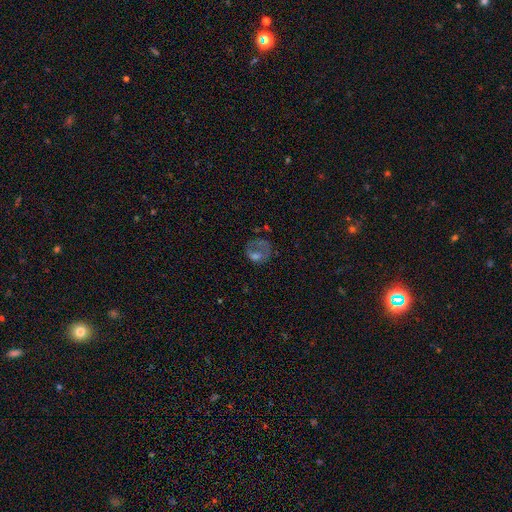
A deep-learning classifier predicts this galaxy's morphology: Overall: smooth (43%; featured or disk 41%). Merging: none (43%; major disturbance 32%).